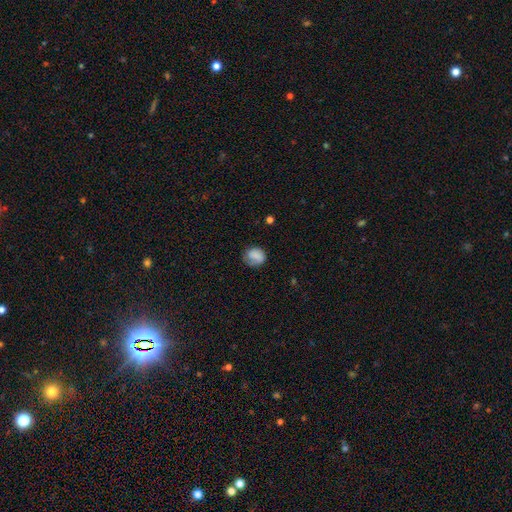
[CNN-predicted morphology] smooth 78%, featured or disk 14%, star or artifact 9%. Down the decision tree: how rounded — round (63%); merging — none (59%).